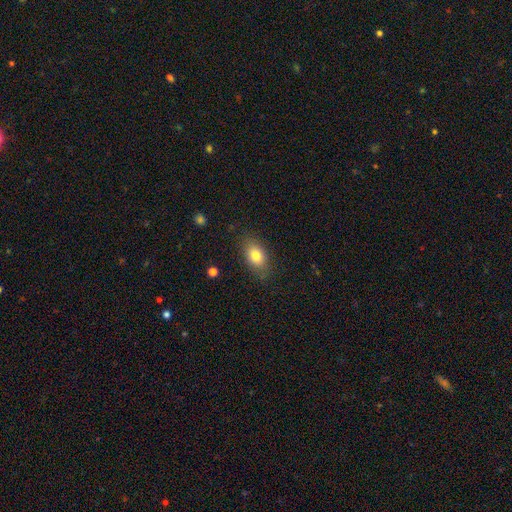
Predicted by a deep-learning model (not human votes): A smooth galaxy with no disk features (80%) that is in between round and cigar-shaped (85%). Merging: none (82%).